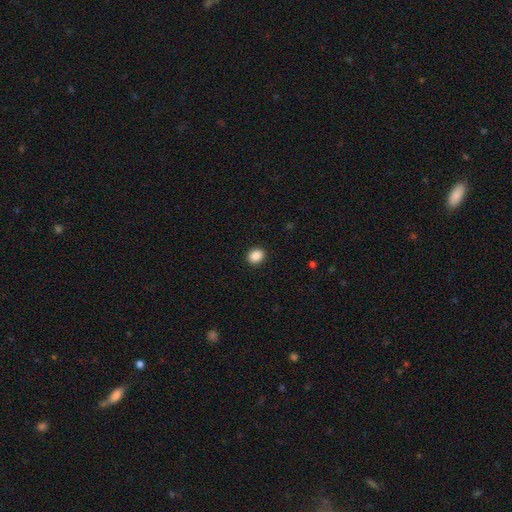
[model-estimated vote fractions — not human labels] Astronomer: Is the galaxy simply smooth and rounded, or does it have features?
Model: smooth — 89%.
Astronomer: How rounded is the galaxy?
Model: round — 52% (runner-up: in between, 47%).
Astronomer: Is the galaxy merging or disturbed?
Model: none — 91%.